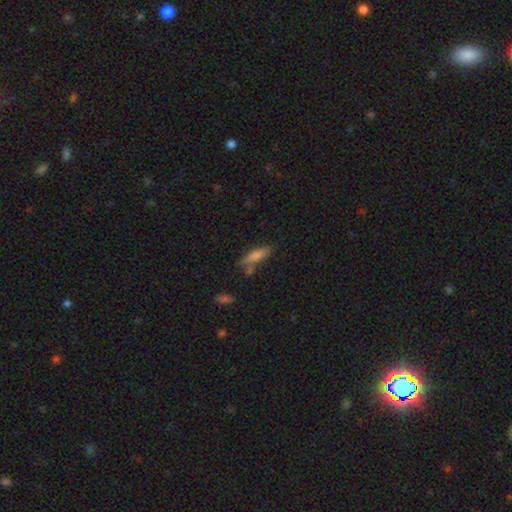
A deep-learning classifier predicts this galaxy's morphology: This appears to be a smooth galaxy with no disk features (69%) that is cigar-shaped (68%). Merging: none (67%).